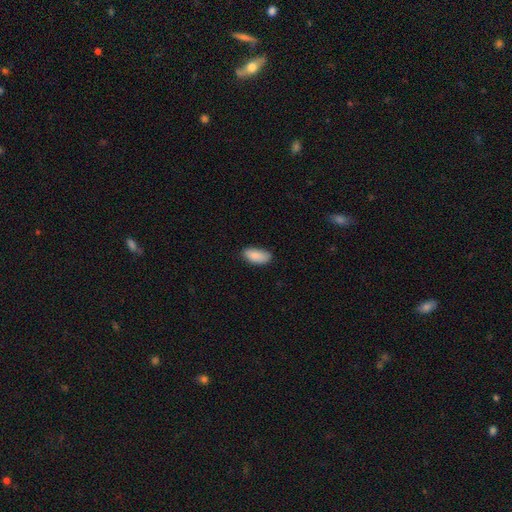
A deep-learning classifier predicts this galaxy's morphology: smooth_or_featured: smooth (p=0.88) [alt: star or artifact p=0.07]
how_rounded: in between (p=0.90) [alt: cigar-shaped p=0.07]
merging: none (p=0.74) [alt: minor disturbance p=0.21]